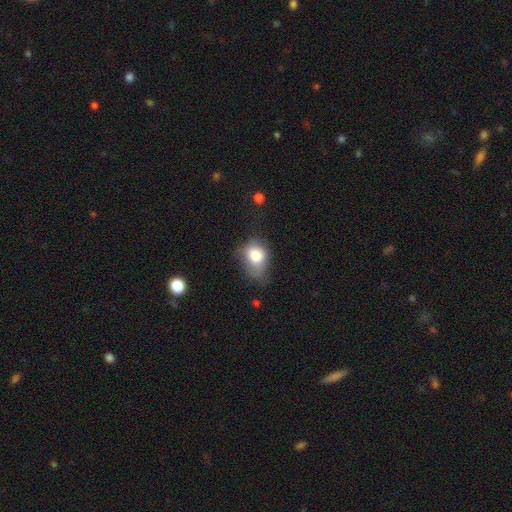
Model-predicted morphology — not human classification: This is likely a smooth galaxy (78%). How rounded: possibly in between (58%). Merging: marginally minor disturbance (39%).